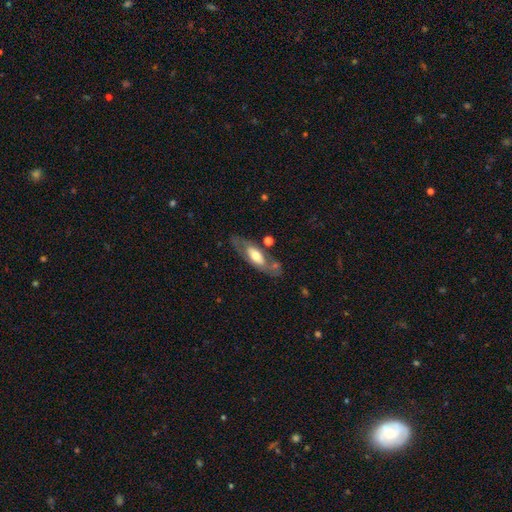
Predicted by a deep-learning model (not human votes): featured or disk 53%, smooth 41%, star or artifact 6%. Down the decision tree: edge-on disk — no (73%); merging — none (67%).